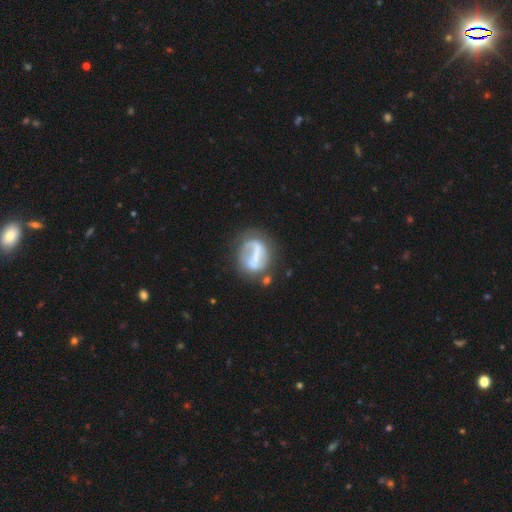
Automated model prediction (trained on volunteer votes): Overall: featured or disk (60%; smooth 31%). Edge-on disk: no (96%). Bar: strong (55%; weak 24%). Spiral arms: no (57%; yes 43%). Bulge size: none (51%; small 25%). Merging: none (44%; major disturbance 24%).